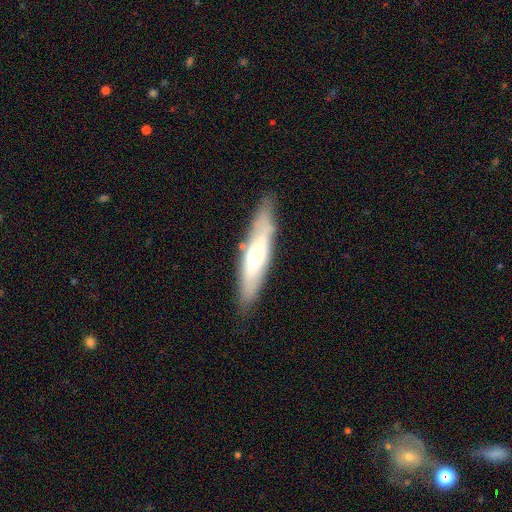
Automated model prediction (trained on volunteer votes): Morphology: type=smooth (50%); merging=none (80%).